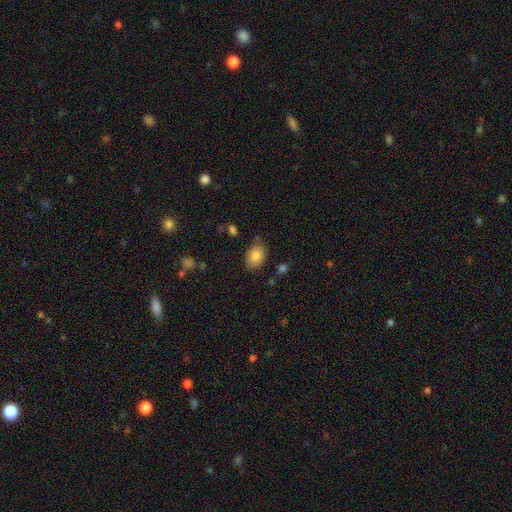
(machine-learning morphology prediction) smooth-or-featured: smooth: 82% | featured or disk: 10% | star or artifact: 8%
  how-rounded: in between: 77% | round: 22% | cigar-shaped: 1%
  merging: none: 68% | minor disturbance: 24% | major disturbance: 5% | merger: 3%